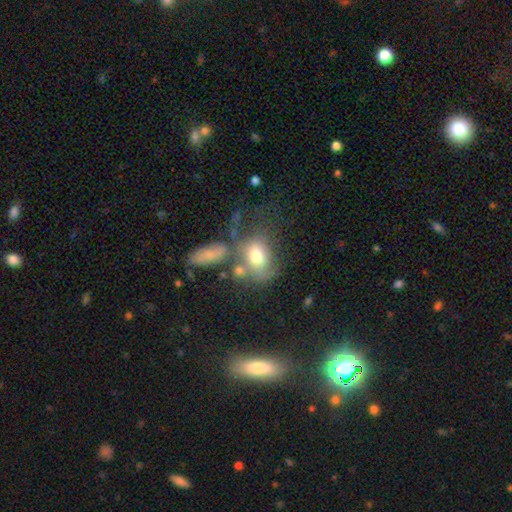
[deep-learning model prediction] Smooth or featured? Predicted: smooth (p=0.67). How rounded? Predicted: in between (p=0.67). Merging? Predicted: none (p=0.33).